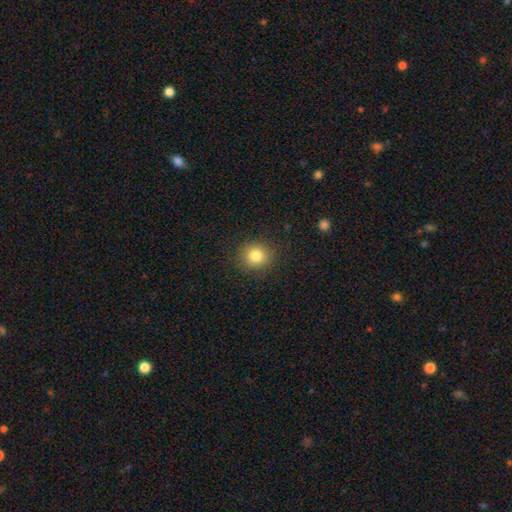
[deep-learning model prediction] A smooth galaxy with no disk features (82%) that is round (89%). Merging: none (89%).